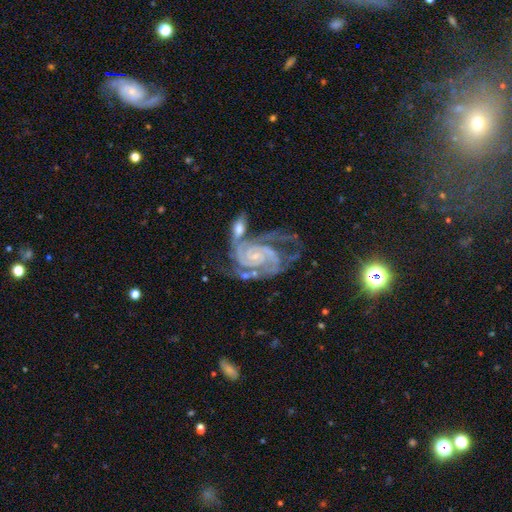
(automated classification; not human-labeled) This appears to be a featured or disk galaxy (92%) with no bar (59%), 2 (58%) tight (59%) spiral arms (98%) and a small central bulge (78%). Merging: none (38%).